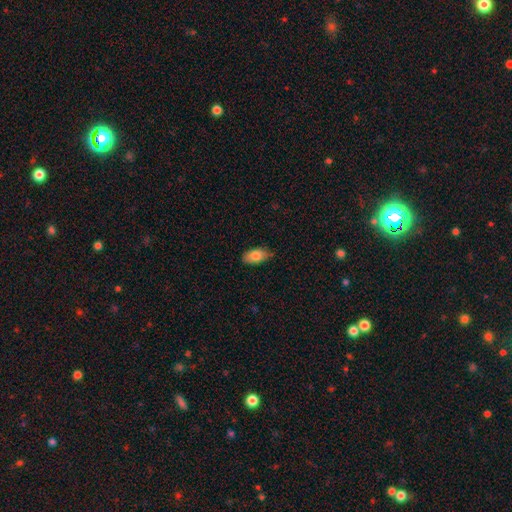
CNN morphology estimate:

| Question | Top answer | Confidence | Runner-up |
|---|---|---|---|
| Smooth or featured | smooth | 81% | featured or disk (12%) |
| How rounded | in between | 92% | round (4%) |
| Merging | none | 78% | minor disturbance (18%) |